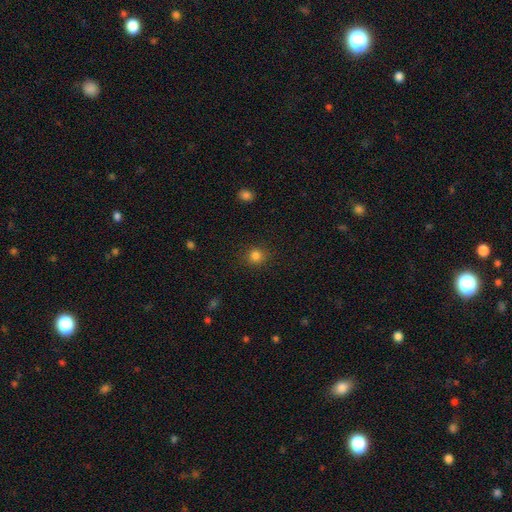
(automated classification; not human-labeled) Smooth or featured?
  - smooth: 83% *
  - star or artifact: 13%
  - featured or disk: 4%
How rounded?
  - round: 90% *
  - in between: 9%
  - cigar-shaped: 1%
Merging?
  - none: 90% *
  - minor disturbance: 7%
  - major disturbance: 2%
  - merger: 1%